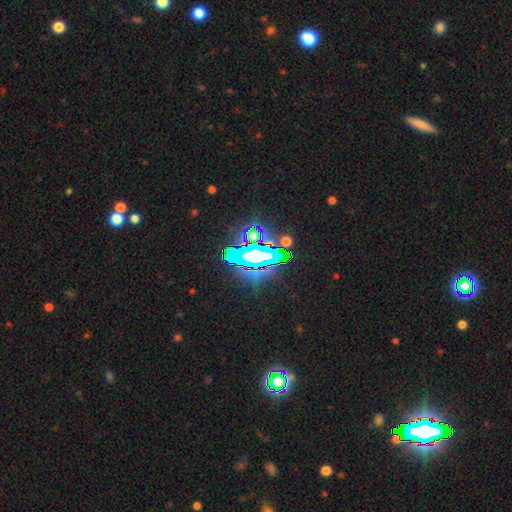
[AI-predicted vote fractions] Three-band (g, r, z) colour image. It shows a star or artifact, not a galaxy (68%).